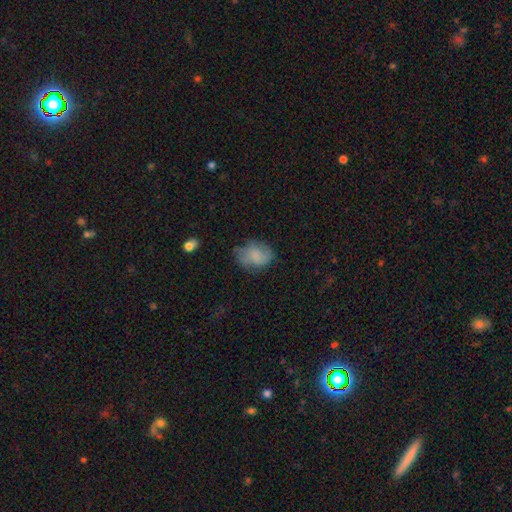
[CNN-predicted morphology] Smooth or featured? smooth (62%)
How rounded? in between (64%)
Merging? none (57%)